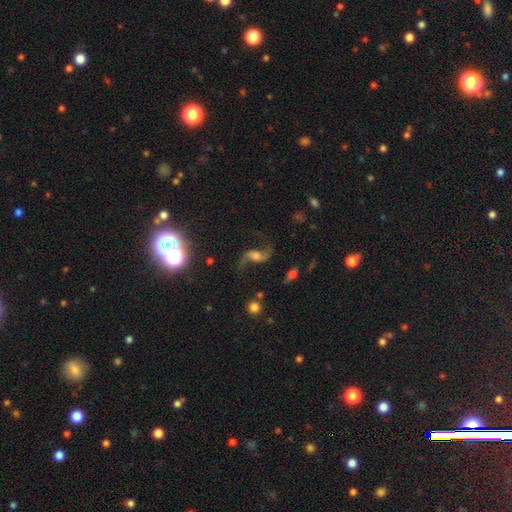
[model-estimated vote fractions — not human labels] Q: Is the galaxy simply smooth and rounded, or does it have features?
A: featured or disk — 84%.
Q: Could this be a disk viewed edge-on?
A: no — 96%.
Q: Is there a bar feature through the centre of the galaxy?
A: no — 47%.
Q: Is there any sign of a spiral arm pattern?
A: yes — 97%.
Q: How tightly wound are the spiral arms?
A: loose — 89%.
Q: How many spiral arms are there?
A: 2 — 94%.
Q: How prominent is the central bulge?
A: moderate — 33%.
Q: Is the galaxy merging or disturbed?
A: none — 75%.